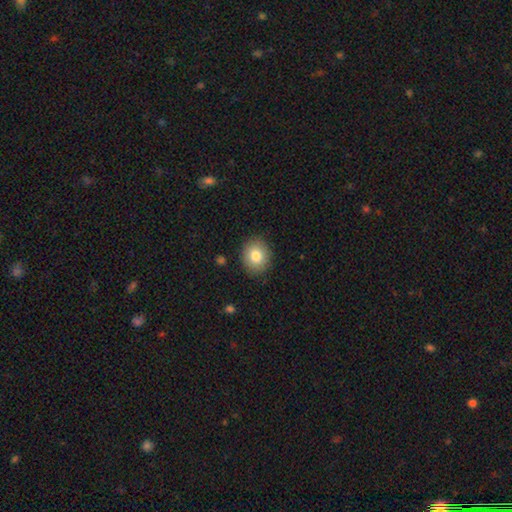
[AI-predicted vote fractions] Smooth or featured? smooth (81%)
How rounded? round (65%)
Merging? none (88%)